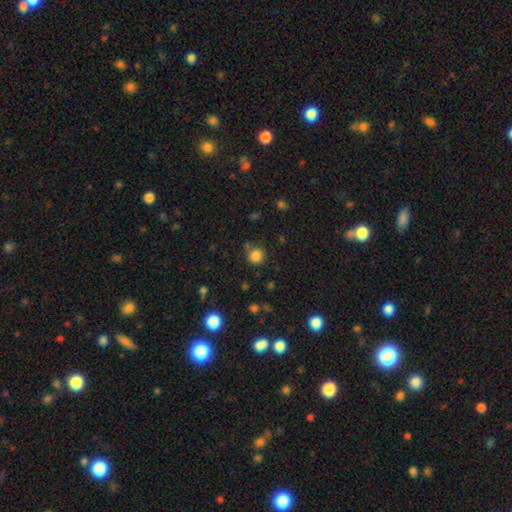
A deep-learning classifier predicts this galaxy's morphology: smooth-or-featured: smooth: 83% | star or artifact: 13% | featured or disk: 4%
  how-rounded: round: 92% | in between: 7% | cigar-shaped: 1%
  merging: none: 78% | minor disturbance: 12% | merger: 7% | major disturbance: 4%